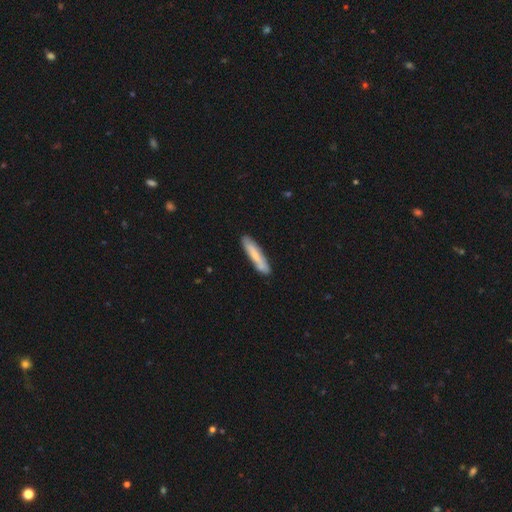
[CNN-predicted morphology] Smooth or featured? smooth (66%)
How rounded? cigar-shaped (88%)
Merging? none (84%)